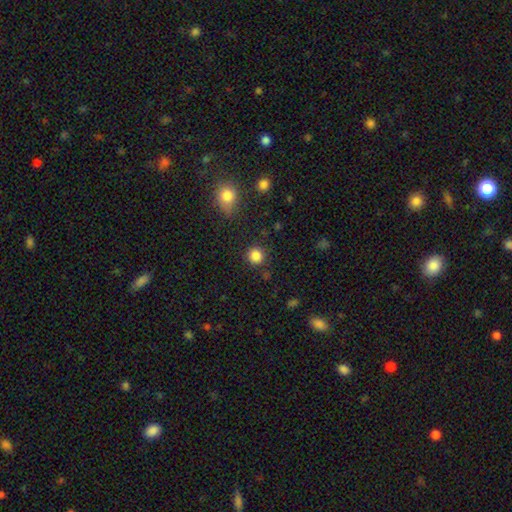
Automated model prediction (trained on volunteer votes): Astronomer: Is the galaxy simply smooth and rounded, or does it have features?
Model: smooth — 85%.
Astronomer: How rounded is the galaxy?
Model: round — 92%.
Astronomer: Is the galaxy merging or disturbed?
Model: none — 87%.